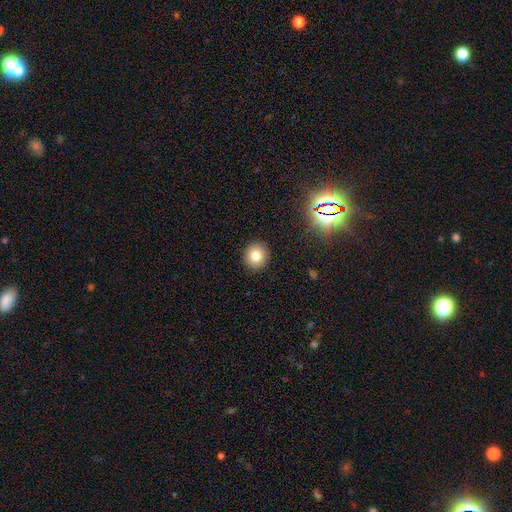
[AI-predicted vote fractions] The model was most divided on "smooth or featured": smooth: 79%, star or artifact: 12%, featured or disk: 9%. More confident: merging — none (91%); how rounded — round (87%).